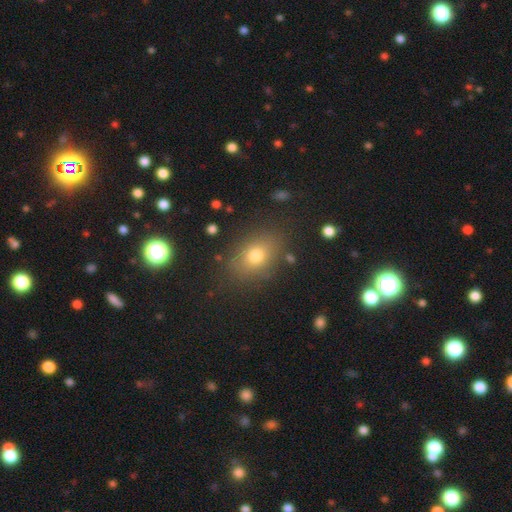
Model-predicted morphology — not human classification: type=smooth (71%); roundness=in between (64%); merging=none (83%).